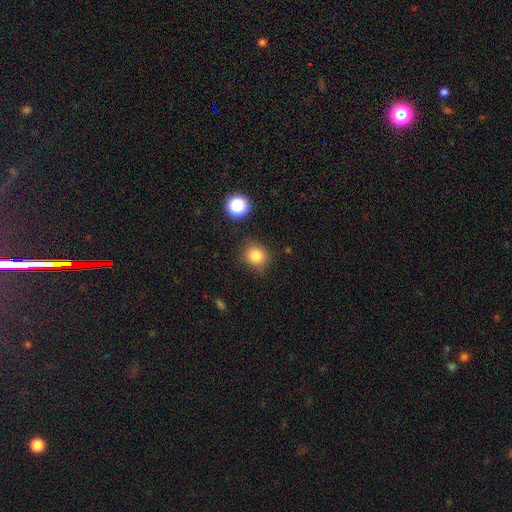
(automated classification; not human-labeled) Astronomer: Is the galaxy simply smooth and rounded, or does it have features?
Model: smooth — 83%.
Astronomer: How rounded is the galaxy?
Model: round — 82%.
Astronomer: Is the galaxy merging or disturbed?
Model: none — 83%.